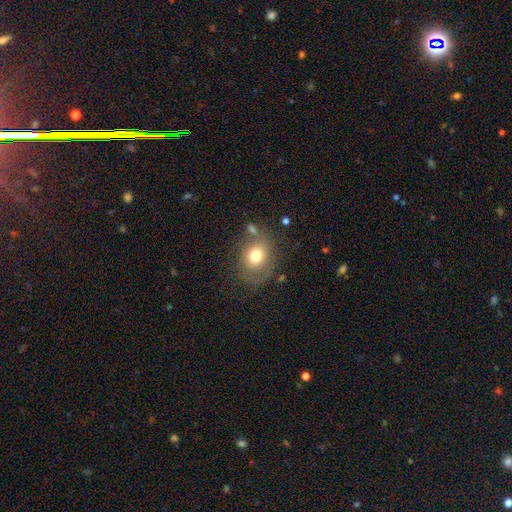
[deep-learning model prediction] smooth 71%, featured or disk 18%, star or artifact 11%. Down the decision tree: how rounded — round (60%); merging — none (61%).